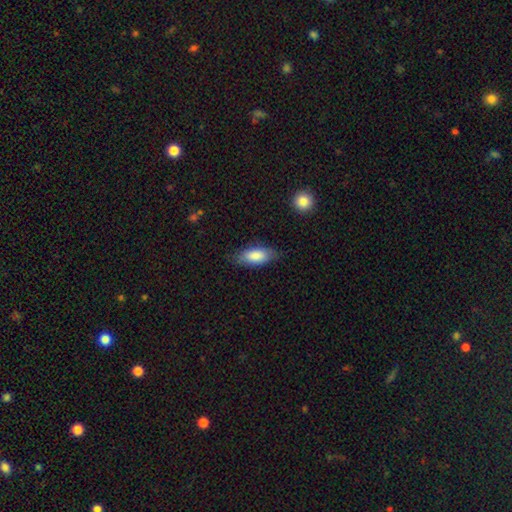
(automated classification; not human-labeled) smooth 83%, featured or disk 11%, star or artifact 6%. Down the decision tree: how rounded — in between (86%); merging — none (78%).